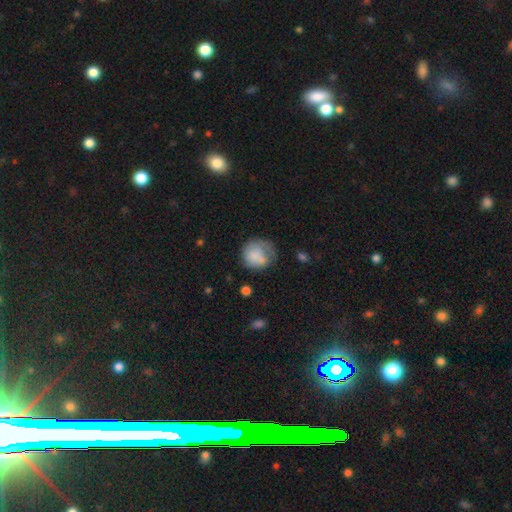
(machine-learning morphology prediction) Smooth or featured? smooth (73%)
How rounded? round (79%)
Merging? none (43%)